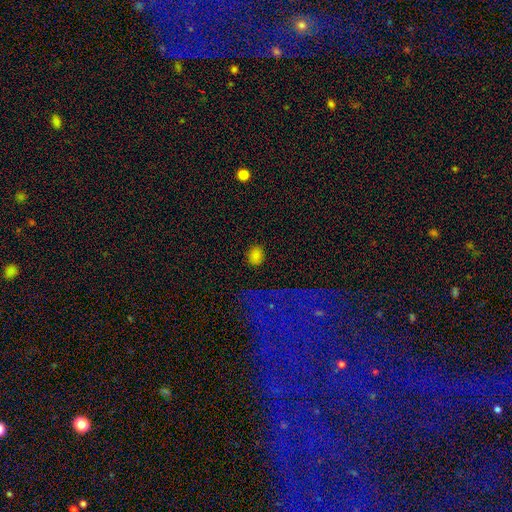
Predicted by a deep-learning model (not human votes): A smooth galaxy with no disk features (82%) that is round (68%).

Vote fractions:
- Smooth or featured? smooth: 82% / star or artifact: 13% / featured or disk: 6%
- How rounded? round: 68% / in between: 30% / cigar-shaped: 1%
- Merging? none: 88% / minor disturbance: 8% / major disturbance: 3% / merger: 1%